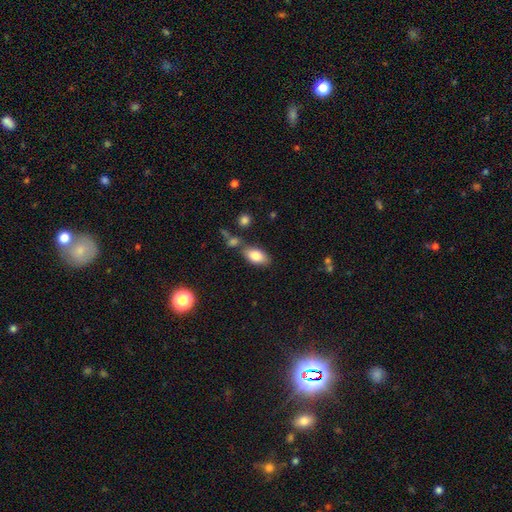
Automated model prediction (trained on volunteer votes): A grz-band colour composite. It shows a smooth galaxy with no disk features (81%) that is in between round and cigar-shaped (91%). Merging: none (70%).